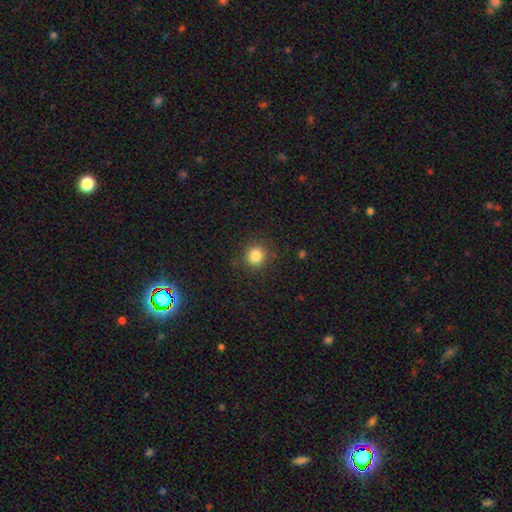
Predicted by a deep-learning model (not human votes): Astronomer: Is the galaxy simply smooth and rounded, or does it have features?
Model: smooth — 84%.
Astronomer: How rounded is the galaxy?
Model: round — 92%.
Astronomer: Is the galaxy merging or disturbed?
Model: none — 88%.